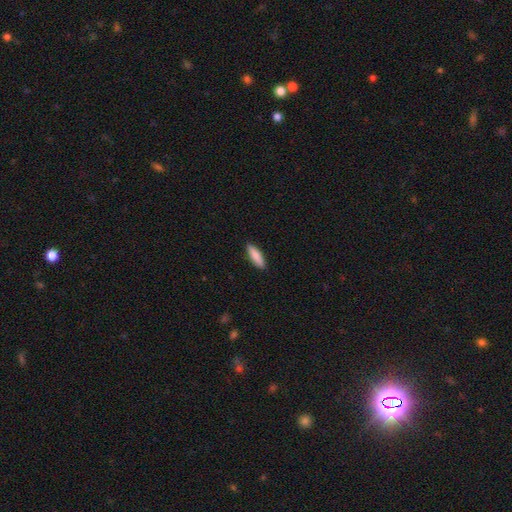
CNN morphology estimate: type=smooth (86%); roundness=cigar-shaped (57%); merging=none (89%).